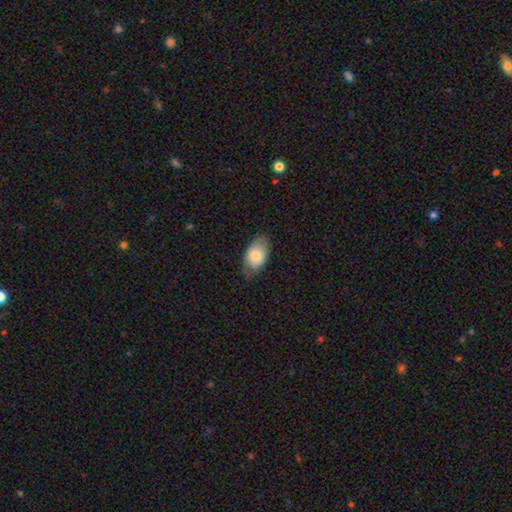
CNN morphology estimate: This is likely a smooth galaxy (77%). How rounded: clearly in between (91%). Merging: likely none (72%).